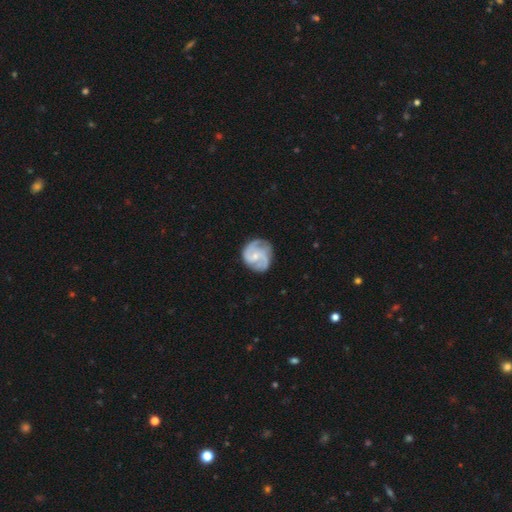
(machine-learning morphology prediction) featured or disk 81%, smooth 14%, star or artifact 5%. Down the decision tree: edge-on disk — no (98%); bar — no (59%); spiral arms — yes (96%); spiral arm count — 3 (43%); spiral winding — medium (50%); bulge size — small (62%); merging — none (71%).